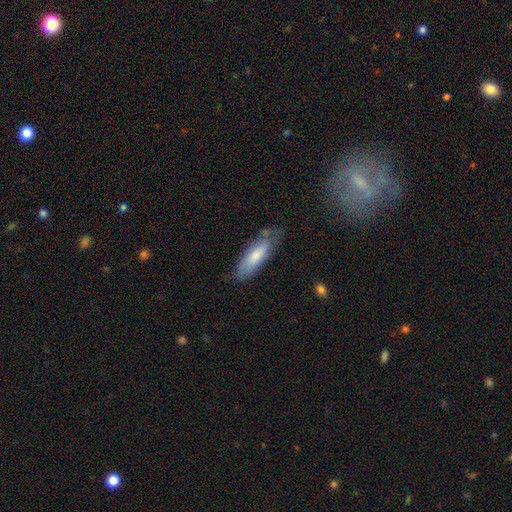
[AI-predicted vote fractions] Smooth or featured? Predicted: smooth (p=0.67). How rounded? Predicted: in between (p=0.49, tied with cigar-shaped). Merging? Predicted: none (p=0.64).